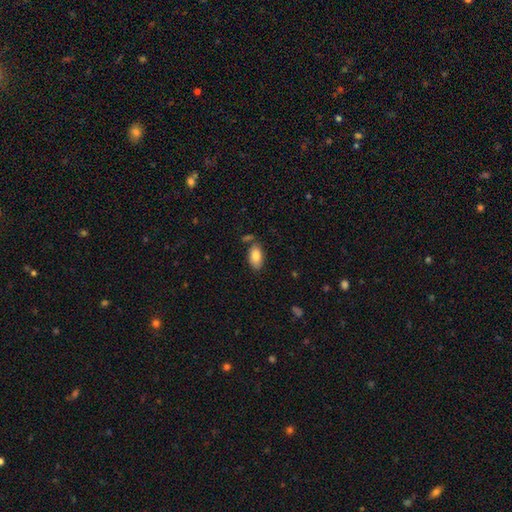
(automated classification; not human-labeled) This is clearly a smooth galaxy (84%). How rounded: clearly in between (93%). Merging: likely none (73%).